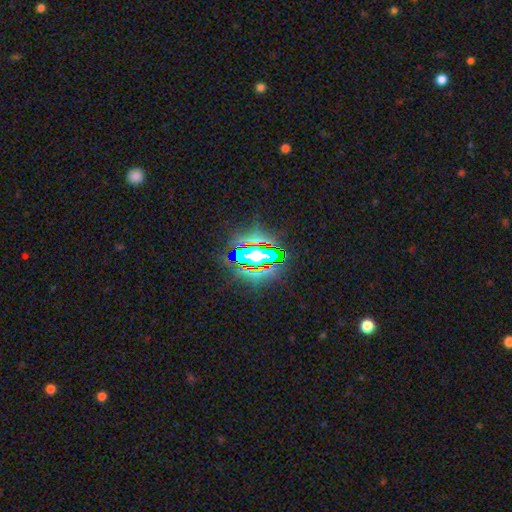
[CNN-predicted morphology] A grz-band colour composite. It shows a star or artifact, not a galaxy (68%).